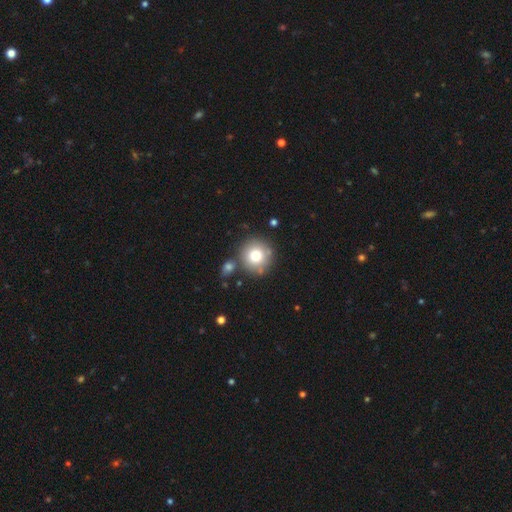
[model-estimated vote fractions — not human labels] Smooth or featured: smooth — 77% (featured or disk — 13%)
How rounded: round — 94% (in between — 5%)
Merging: none — 77% (merger — 11%)